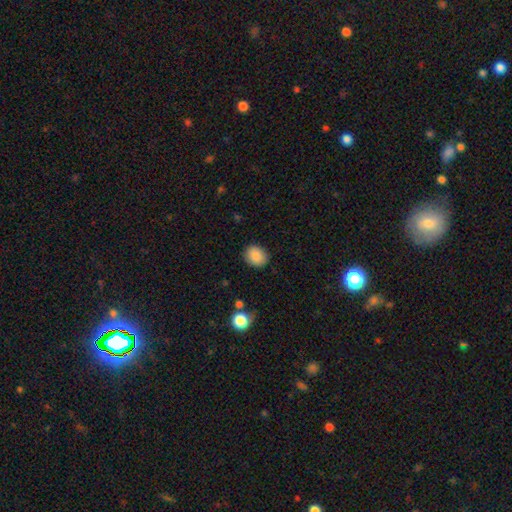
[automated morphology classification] Smooth or featured? smooth (85%)
How rounded? round (66%)
Merging? none (86%)